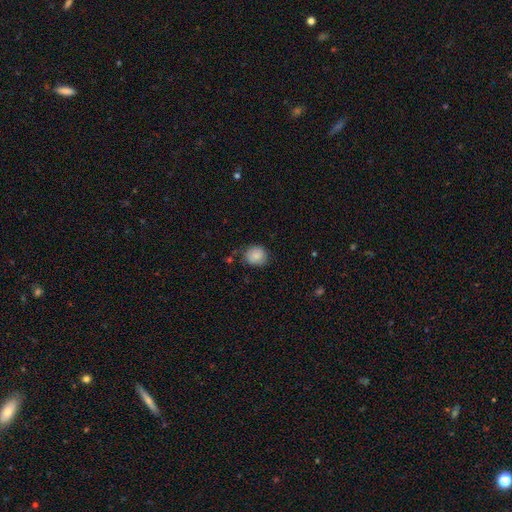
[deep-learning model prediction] Q: Smooth or featured?
A: smooth (86%); runner-up: star or artifact (8%)
Q: How rounded?
A: round (75%); runner-up: in between (24%)
Q: Merging?
A: none (73%); runner-up: minor disturbance (20%)